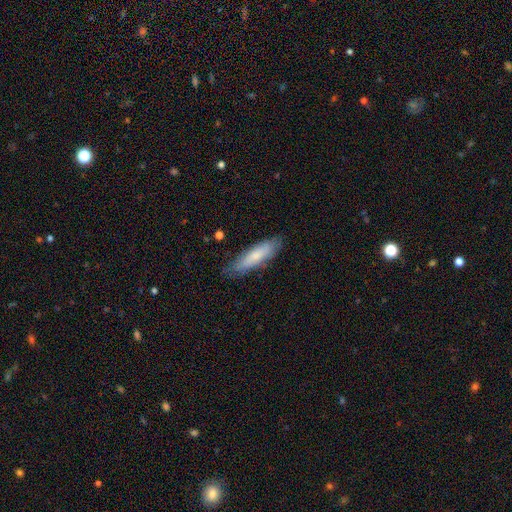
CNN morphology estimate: Overall: smooth (71%). How rounded: cigar-shaped (66%; in between 32%). Merging: none (80%).